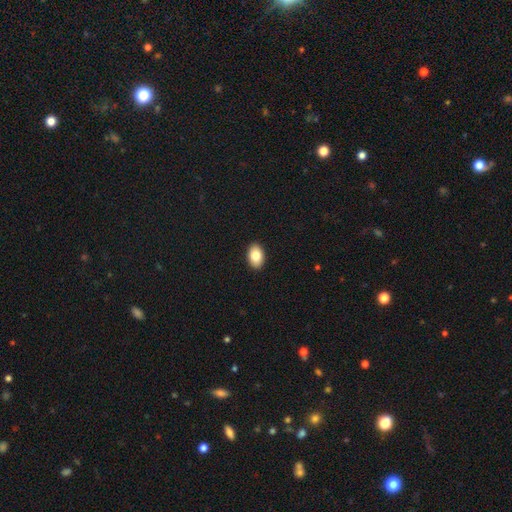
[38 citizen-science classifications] Morphology: type=smooth (89%); roundness=in between (88%); merging=none (97%).